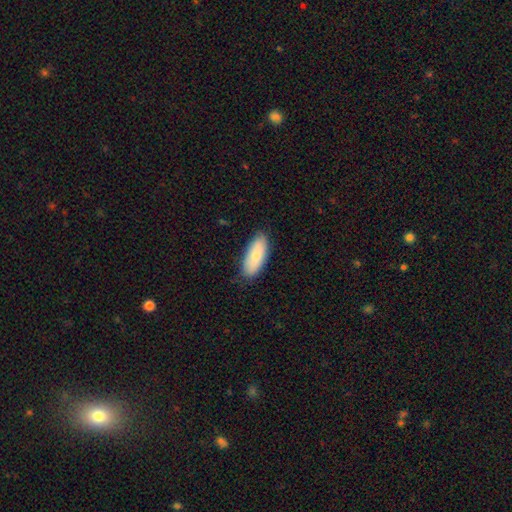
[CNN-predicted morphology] Smooth or featured? Predicted: smooth (p=0.81). How rounded? Predicted: in between (p=0.81). Merging? Predicted: none (p=0.82).